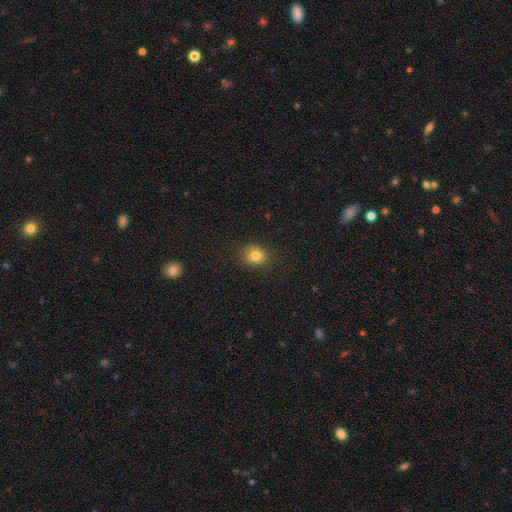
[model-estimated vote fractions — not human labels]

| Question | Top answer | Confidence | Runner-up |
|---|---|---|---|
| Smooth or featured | smooth | 80% | star or artifact (12%) |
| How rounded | round | 67% | in between (32%) |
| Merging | none | 85% | minor disturbance (11%) |